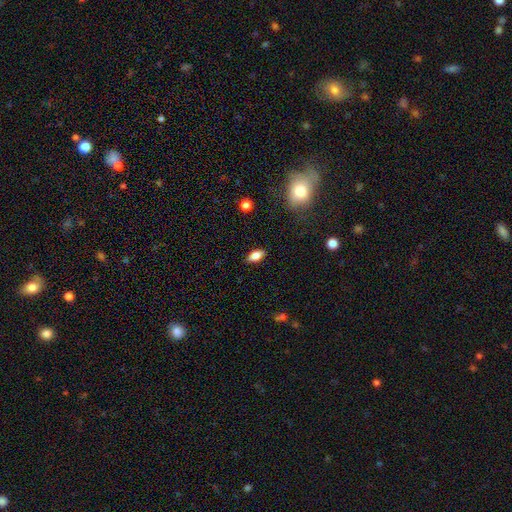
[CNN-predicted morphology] smooth-or-featured: smooth: 77% | featured or disk: 14% | star or artifact: 9%
  how-rounded: in between: 87% | cigar-shaped: 9% | round: 4%
  merging: none: 88% | minor disturbance: 9% | major disturbance: 2% | merger: 1%